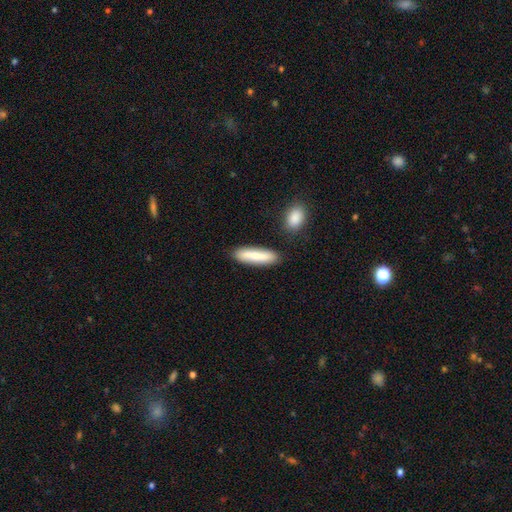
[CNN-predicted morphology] Smooth or featured? smooth (76%)
How rounded? cigar-shaped (75%)
Merging? none (82%)